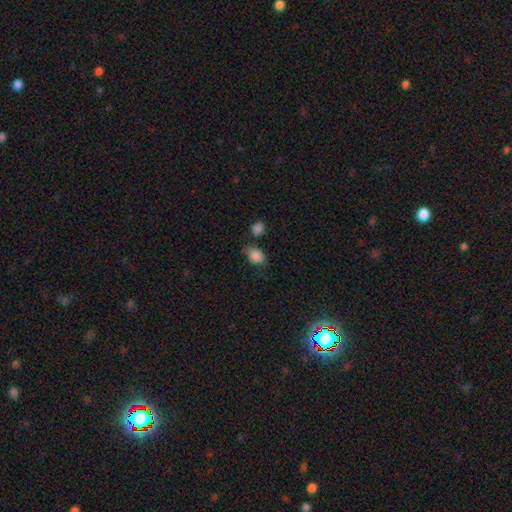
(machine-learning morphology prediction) smooth-or-featured: smooth: 86% | star or artifact: 9% | featured or disk: 4%
  how-rounded: in between: 71% | round: 27% | cigar-shaped: 1%
  merging: none: 65% | minor disturbance: 20% | merger: 10% | major disturbance: 6%